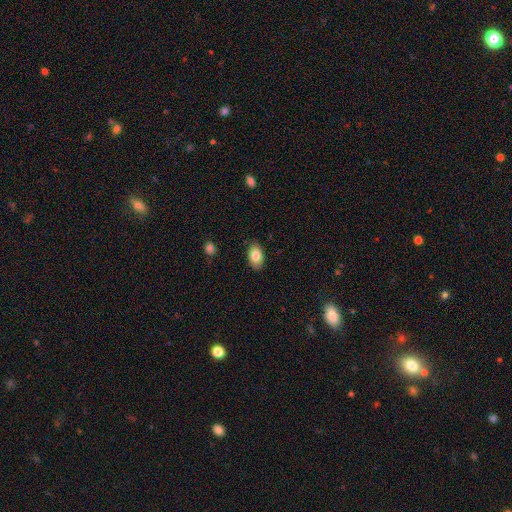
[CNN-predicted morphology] Smooth or featured: smooth — 83% (featured or disk — 10%)
How rounded: in between — 91% (round — 8%)
Merging: none — 87% (minor disturbance — 10%)